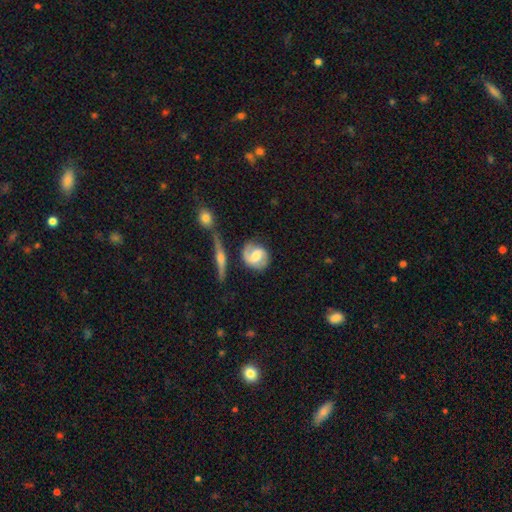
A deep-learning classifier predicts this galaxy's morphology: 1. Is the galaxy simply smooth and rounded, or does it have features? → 66% featured or disk, 28% smooth, 6% star or artifact.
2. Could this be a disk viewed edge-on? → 95% no, 5% yes.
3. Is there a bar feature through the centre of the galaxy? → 48% weak, 33% no, 19% strong.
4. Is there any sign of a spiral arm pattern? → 90% yes, 10% no.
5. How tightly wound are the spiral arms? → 45% medium, 35% tight, 20% loose.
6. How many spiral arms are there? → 79% 2, 10% 1, 8% can't tell, 1% 3, 1% 4, 1% more than 4.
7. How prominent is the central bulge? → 53% moderate, 19% small, 19% large, 7% none, 2% dominant.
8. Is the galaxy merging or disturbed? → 66% none, 18% minor disturbance, 8% major disturbance, 7% merger.